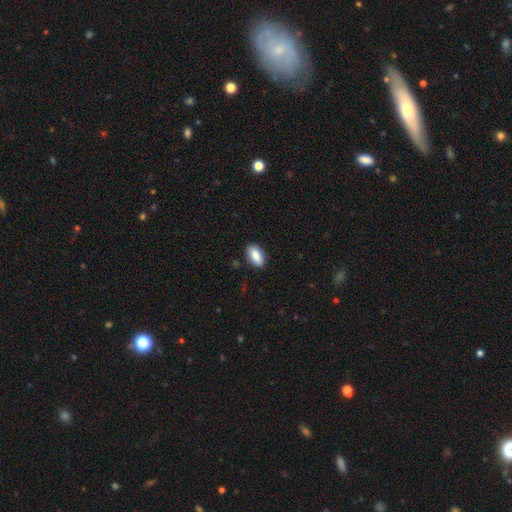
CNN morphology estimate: A smooth galaxy with no disk features (88%) that is in between round and cigar-shaped (92%). Merging: none (88%).